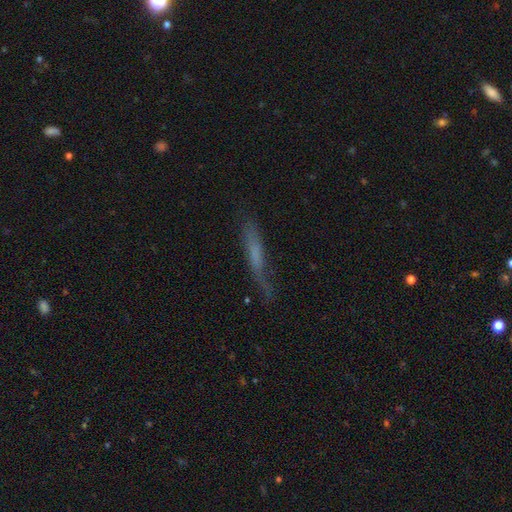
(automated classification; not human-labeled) A smooth galaxy with no disk features (47%). Merging: none (61%).